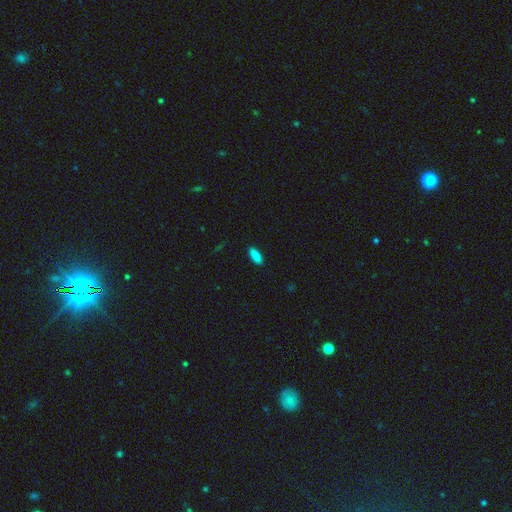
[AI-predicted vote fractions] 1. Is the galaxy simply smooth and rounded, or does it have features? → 88% smooth, 8% star or artifact, 4% featured or disk.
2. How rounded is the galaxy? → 69% in between, 29% cigar-shaped, 2% round.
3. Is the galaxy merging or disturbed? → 89% none, 8% minor disturbance, 2% major disturbance, 1% merger.